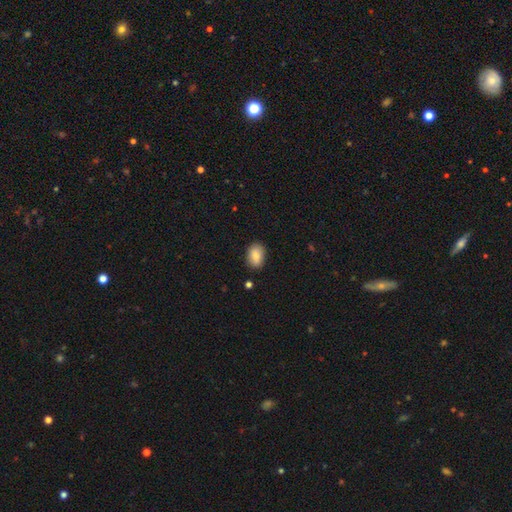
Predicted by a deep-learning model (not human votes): Morphology: type=smooth (82%); roundness=in between (83%); merging=none (85%).